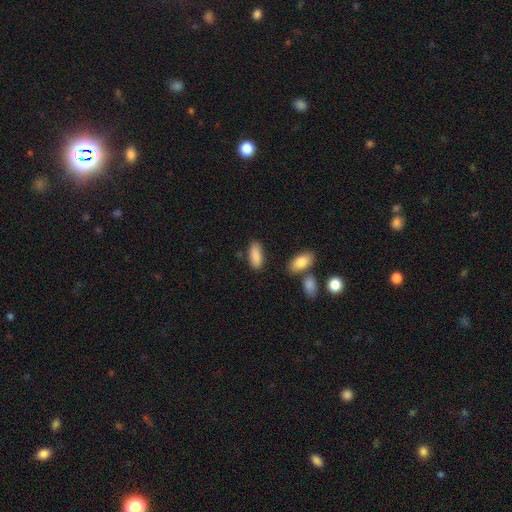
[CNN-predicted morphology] type=smooth (88%); roundness=in between (79%); merging=none (79%).